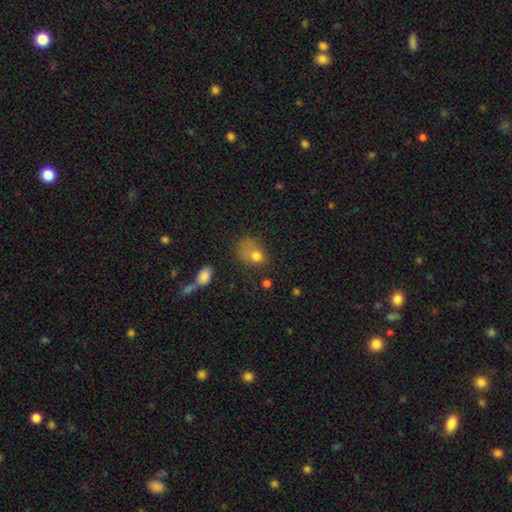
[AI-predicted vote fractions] Morphology: type=smooth (74%); roundness=in between (58%); merging=major disturbance (35%).